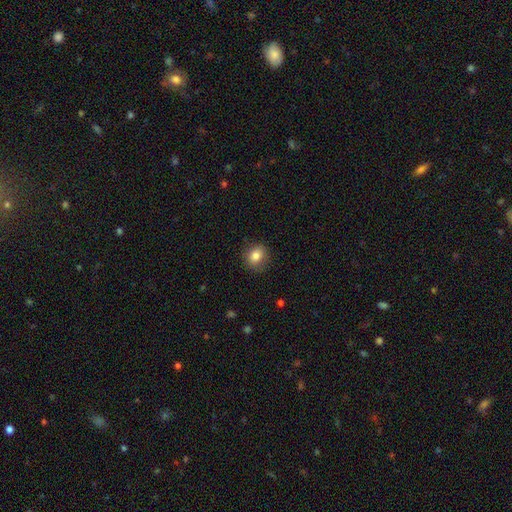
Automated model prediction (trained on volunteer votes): Overall: smooth (82%). How rounded: round (69%; in between 30%). Merging: none (84%).